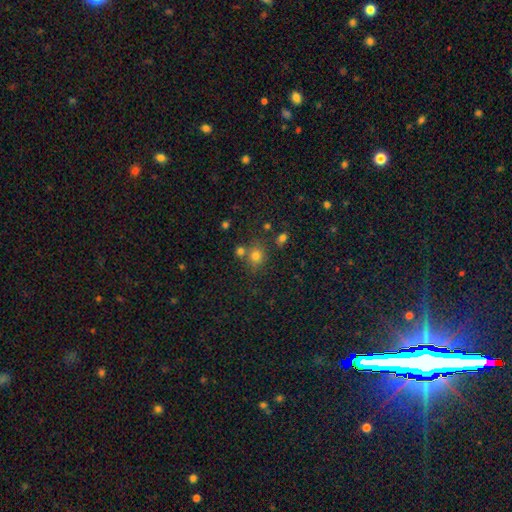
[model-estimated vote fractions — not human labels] smooth-or-featured: smooth: 75% | star or artifact: 17% | featured or disk: 8%
  how-rounded: round: 74% | in between: 25% | cigar-shaped: 1%
  merging: none: 63% | merger: 20% | minor disturbance: 12% | major disturbance: 5%